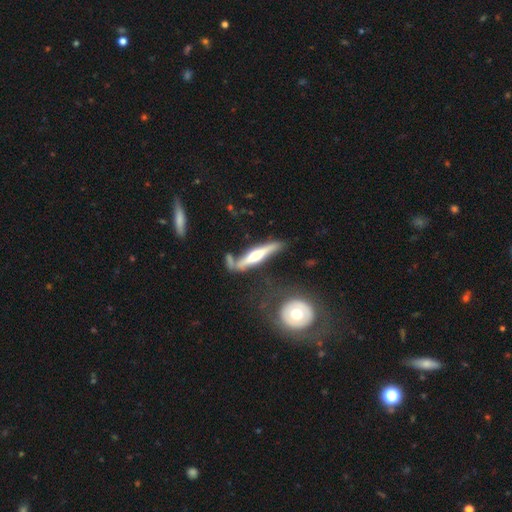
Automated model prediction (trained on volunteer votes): smooth_or_featured: featured or disk (p=0.65) [alt: smooth p=0.30]
disk_edge_on: yes (p=0.93) [alt: no p=0.07]
edge_on_bulge: rounded (p=0.75) [alt: boxy p=0.16]
merging: none (p=0.61) [alt: minor disturbance p=0.20]